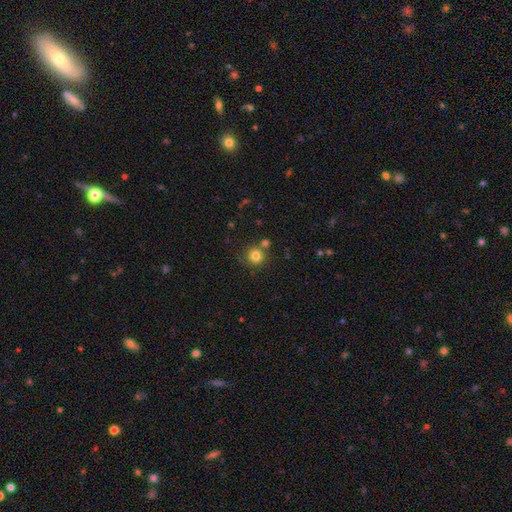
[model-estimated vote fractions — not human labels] smooth 81%, star or artifact 12%, featured or disk 7%. Down the decision tree: how rounded — round (91%); merging — none (73%).